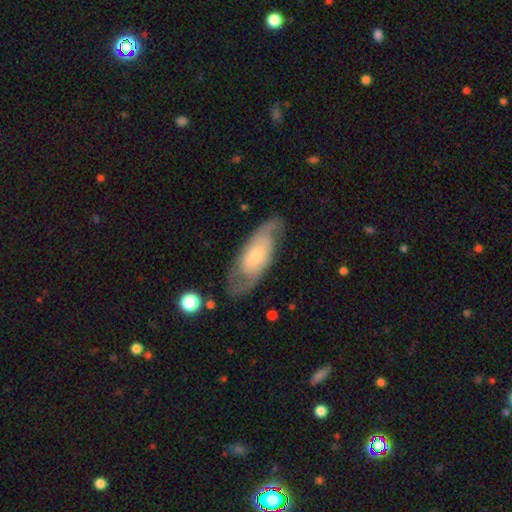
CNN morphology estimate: type=featured or disk (71%); edge-on=no (89%); bar=no (66%); spiral arms=yes (87%); winding=medium (44%); arm count=2 (74%); bulge=small (62%); merging=none (73%).